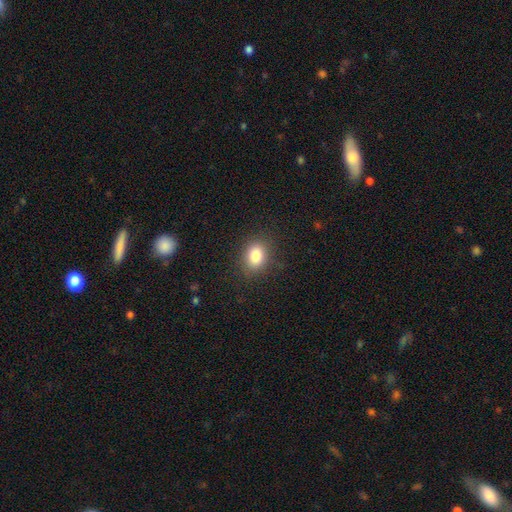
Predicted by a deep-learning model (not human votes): smooth_or_featured: smooth (p=0.83) [alt: star or artifact p=0.10]
how_rounded: in between (p=0.61) [alt: round p=0.38]
merging: none (p=0.84) [alt: minor disturbance p=0.11]